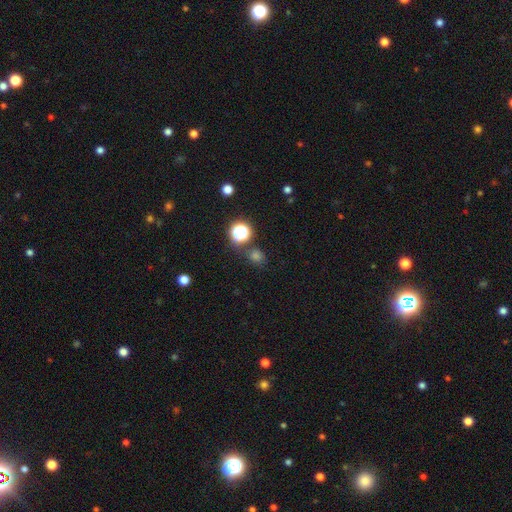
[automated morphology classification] This is possibly a smooth galaxy (56%). How rounded: clearly round (80%). Merging: likely none (79%).